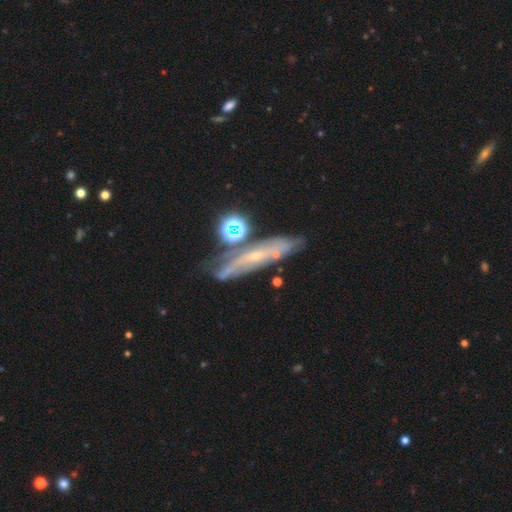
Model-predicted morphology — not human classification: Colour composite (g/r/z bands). It shows a featured or disk galaxy (61%) viewed edge-on (53%). Merging: none (61%).